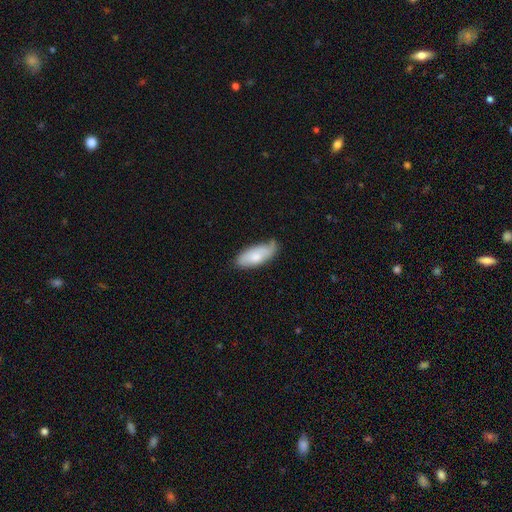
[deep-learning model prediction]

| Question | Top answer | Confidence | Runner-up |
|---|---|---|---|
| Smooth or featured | smooth | 75% | featured or disk (20%) |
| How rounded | in between | 81% | cigar-shaped (17%) |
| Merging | none | 56% | minor disturbance (35%) |